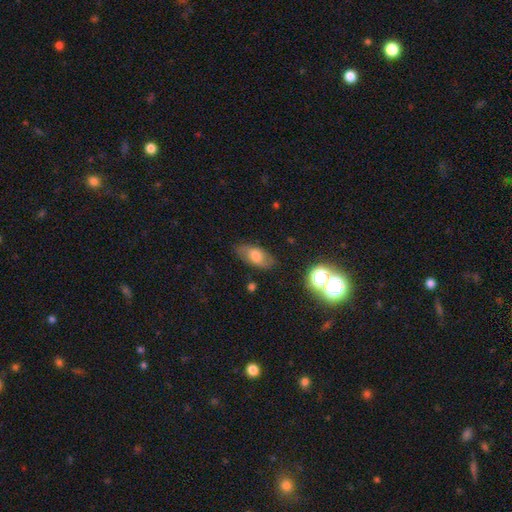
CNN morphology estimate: smooth_or_featured: smooth (p=0.65) [alt: featured or disk p=0.25]
how_rounded: in between (p=0.88) [alt: cigar-shaped p=0.06]
merging: none (p=0.77) [alt: minor disturbance p=0.16]